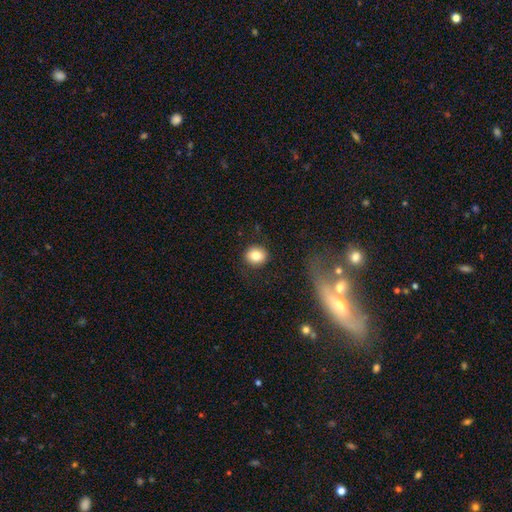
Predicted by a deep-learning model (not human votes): Smooth or featured: smooth — 82% (star or artifact — 9%)
How rounded: round — 80% (in between — 19%)
Merging: none — 87% (minor disturbance — 8%)